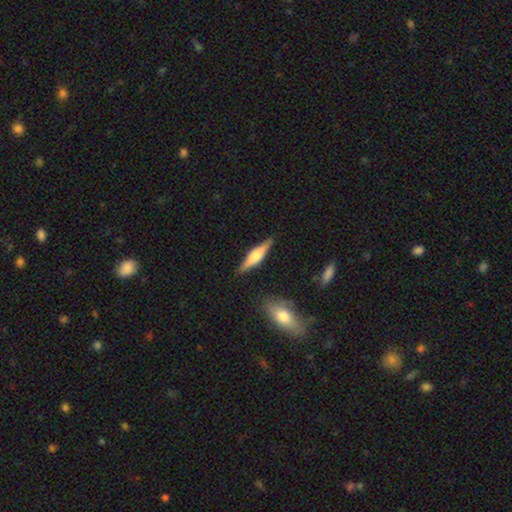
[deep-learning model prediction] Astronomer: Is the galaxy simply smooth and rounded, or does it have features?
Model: featured or disk — 61%.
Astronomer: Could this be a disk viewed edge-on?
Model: yes — 96%.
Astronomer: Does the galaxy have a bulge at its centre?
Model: rounded — 82%.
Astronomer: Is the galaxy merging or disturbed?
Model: none — 87%.